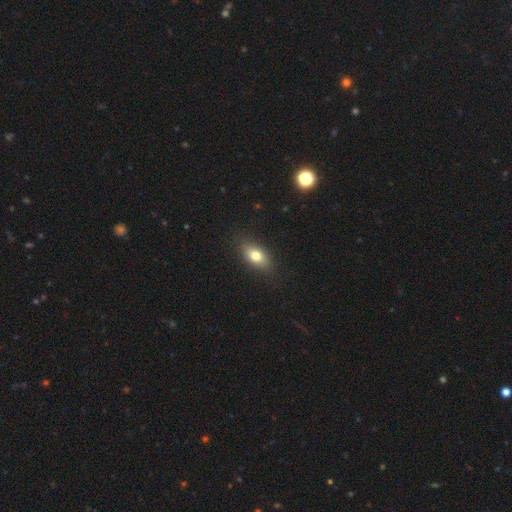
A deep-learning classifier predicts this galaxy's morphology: smooth 77%, featured or disk 14%, star or artifact 9%. Down the decision tree: how rounded — in between (82%); merging — none (85%).